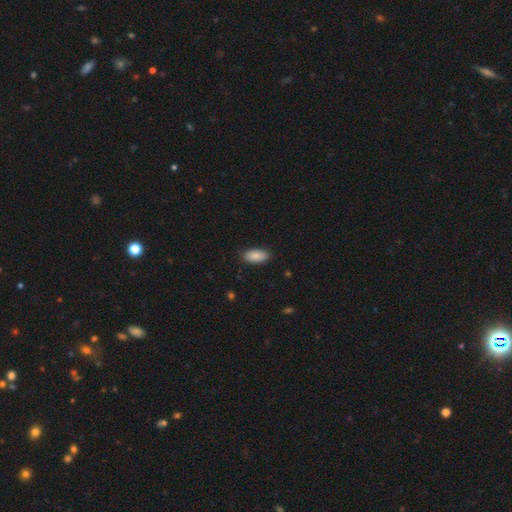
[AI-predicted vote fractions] smooth-or-featured: smooth: 88% | star or artifact: 6% | featured or disk: 6%
  how-rounded: in between: 93% | cigar-shaped: 5% | round: 2%
  merging: none: 87% | minor disturbance: 10% | major disturbance: 2% | merger: 1%